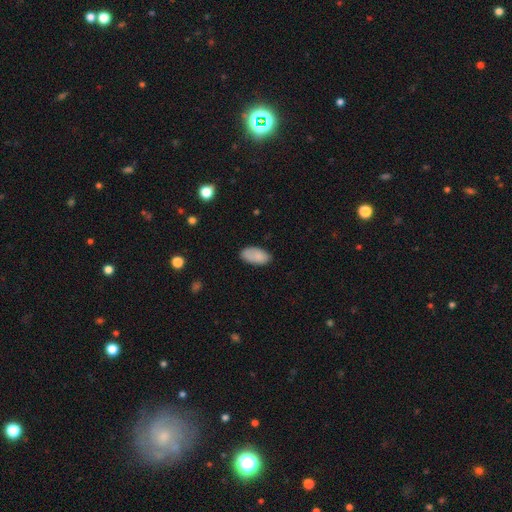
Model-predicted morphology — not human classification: Smooth or featured: smooth — 85% (featured or disk — 8%)
How rounded: in between — 94% (cigar-shaped — 3%)
Merging: none — 77% (minor disturbance — 18%)